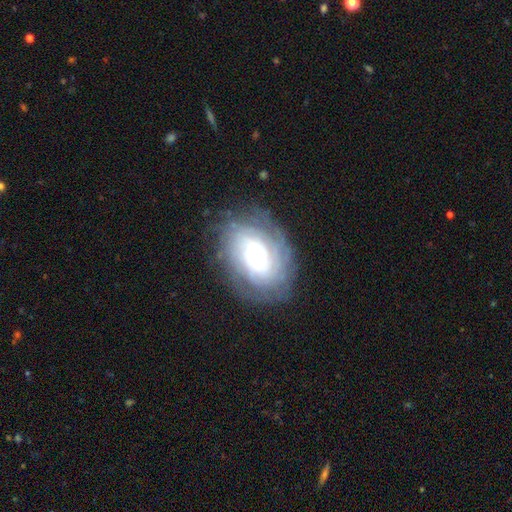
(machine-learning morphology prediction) Smooth or featured? Predicted: featured or disk (p=0.74). Edge-on disk? Predicted: no (p=0.96). Bar? Predicted: no (p=0.60). Spiral arms? Predicted: yes (p=0.90). Spiral winding? Predicted: tight (p=0.76). Spiral arm count? Predicted: can't tell (p=0.53). Bulge size? Predicted: small (p=0.57). Merging? Predicted: none (p=0.77).